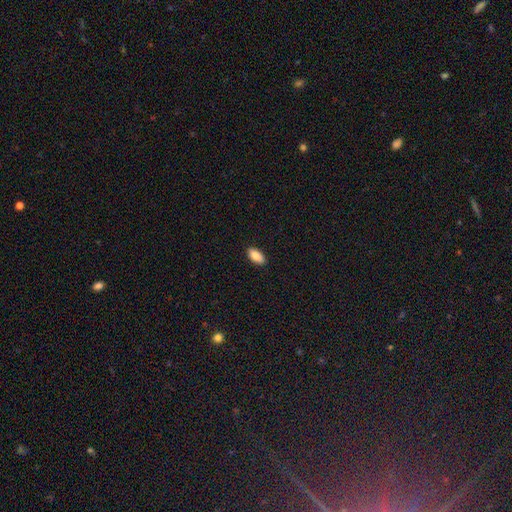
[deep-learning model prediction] smooth-or-featured: smooth: 88% | star or artifact: 7% | featured or disk: 5%
  how-rounded: in between: 92% | cigar-shaped: 6% | round: 2%
  merging: none: 90% | minor disturbance: 8% | major disturbance: 2% | merger: 1%